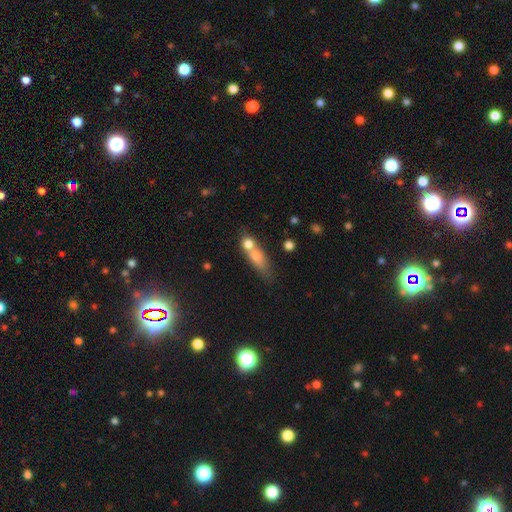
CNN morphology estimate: A smooth galaxy with no disk features (67%) that is in between round and cigar-shaped (45%). Merging: merger (48%).